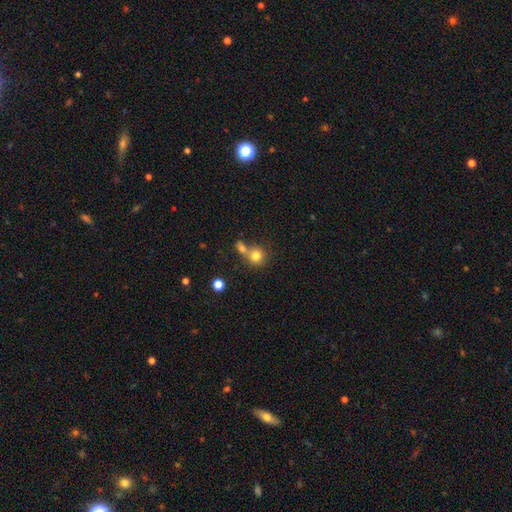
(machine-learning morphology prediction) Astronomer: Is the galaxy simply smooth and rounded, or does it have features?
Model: smooth — 79%.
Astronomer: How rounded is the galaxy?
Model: round — 87%.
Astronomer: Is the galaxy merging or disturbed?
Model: none — 48% (runner-up: merger, 39%).